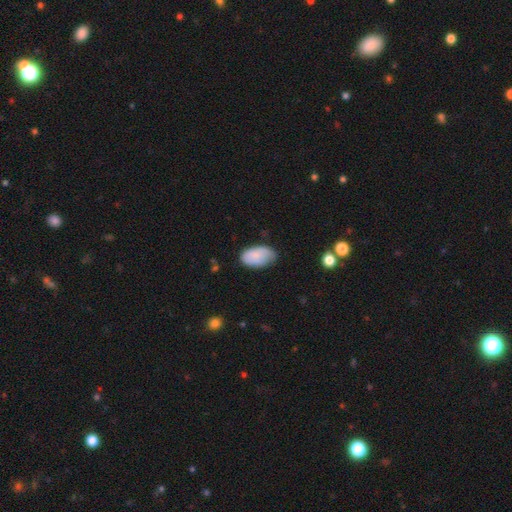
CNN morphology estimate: Overall: smooth (84%). How rounded: in between (94%). Merging: none (61%; minor disturbance 31%).